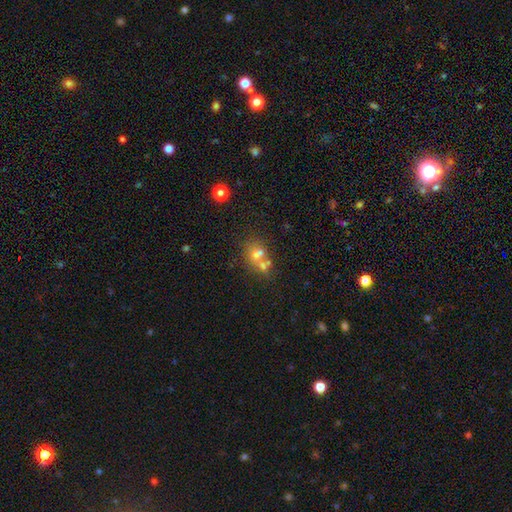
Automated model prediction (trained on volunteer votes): The model was most divided on "merging": merger: 44%, none: 43%, minor disturbance: 8%, major disturbance: 5%. Remaining: smooth or featured — smooth (50%).